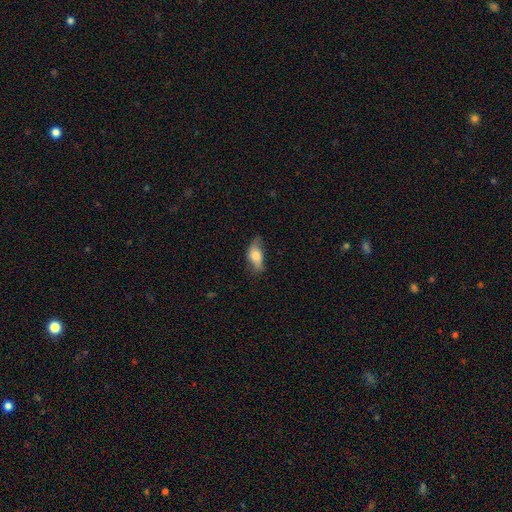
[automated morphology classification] type=smooth (61%); roundness=in between (84%); merging=none (59%).